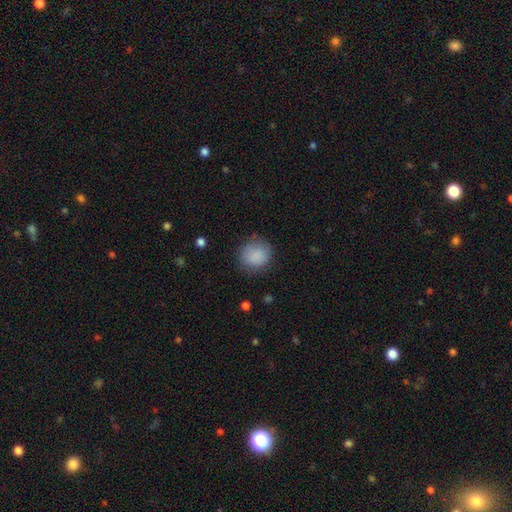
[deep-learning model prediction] The model was most divided on "merging": none: 77%, minor disturbance: 16%, major disturbance: 5%, merger: 1%. More confident: smooth or featured — smooth (87%); how rounded — round (85%).